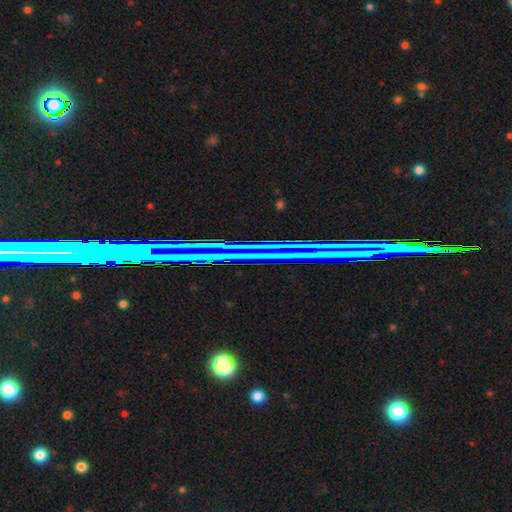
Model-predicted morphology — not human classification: Q: Smooth or featured?
A: star or artifact (65%); runner-up: featured or disk (23%)